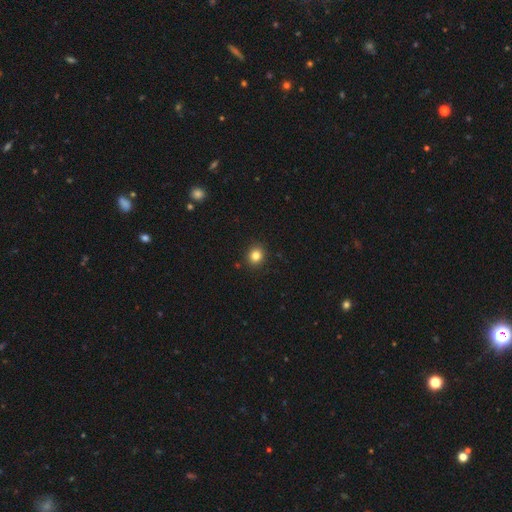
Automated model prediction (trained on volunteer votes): smooth 83%, star or artifact 12%, featured or disk 5%. Down the decision tree: how rounded — round (79%); merging — none (91%).